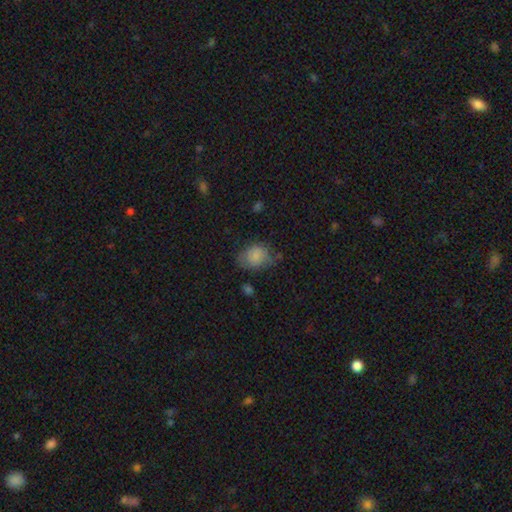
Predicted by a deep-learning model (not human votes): smooth 79%, featured or disk 13%, star or artifact 8%. Down the decision tree: how rounded — in between (55%); merging — none (55%).